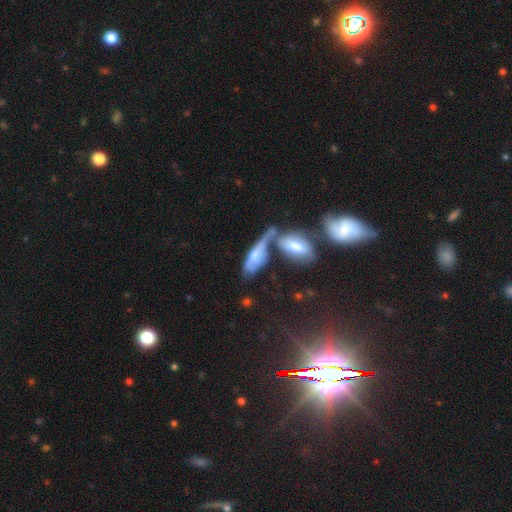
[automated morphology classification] This is possibly a smooth galaxy (56%). How rounded: likely in between (67%). Merging: possibly merger (46%).